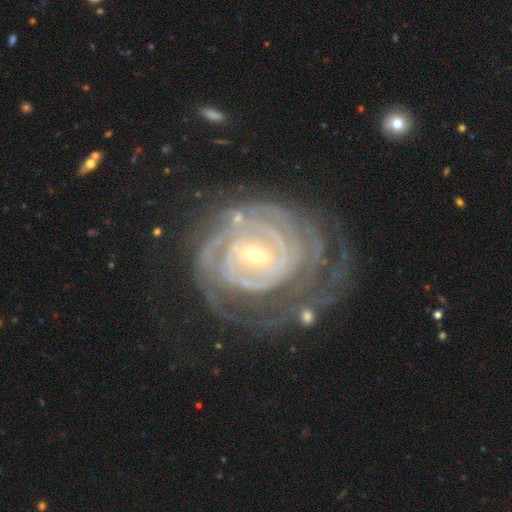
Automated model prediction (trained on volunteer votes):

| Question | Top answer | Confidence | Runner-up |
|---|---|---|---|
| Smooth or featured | featured or disk | 90% | star or artifact (5%) |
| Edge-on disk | no | 97% | yes (3%) |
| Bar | weak | 42% | strong (29%) |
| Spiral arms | yes | 97% | no (3%) |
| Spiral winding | tight | 83% | medium (14%) |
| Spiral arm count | can't tell | 33% | 4 (17%) |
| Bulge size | small | 72% | moderate (25%) |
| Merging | none | 60% | minor disturbance (20%) |